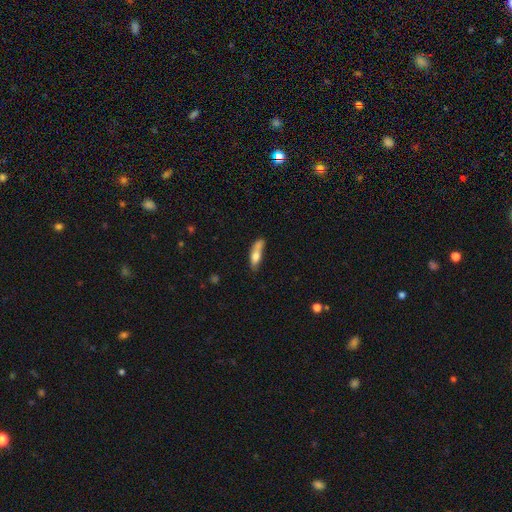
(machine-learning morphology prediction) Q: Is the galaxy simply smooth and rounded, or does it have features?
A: smooth — 69%.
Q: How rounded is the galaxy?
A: cigar-shaped — 49%.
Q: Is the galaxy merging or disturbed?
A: none — 37%.